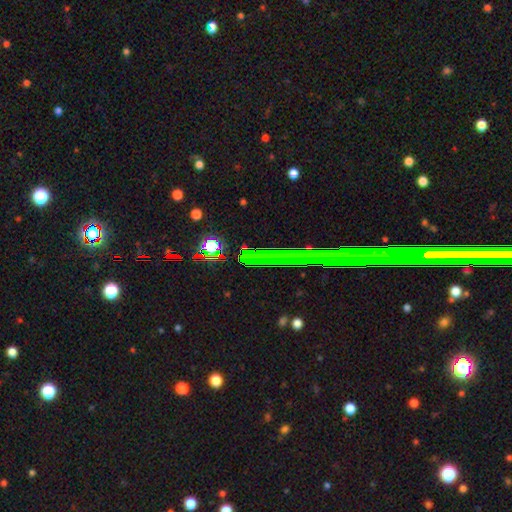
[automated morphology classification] Smooth or featured? star or artifact (57%)